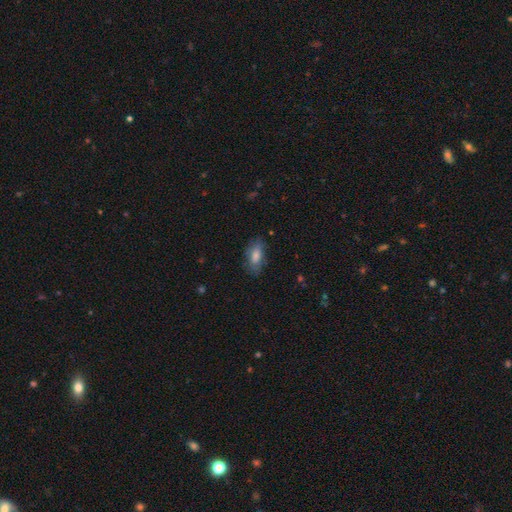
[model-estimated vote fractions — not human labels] Overall: smooth (77%). How rounded: in between (85%). Merging: none (74%).